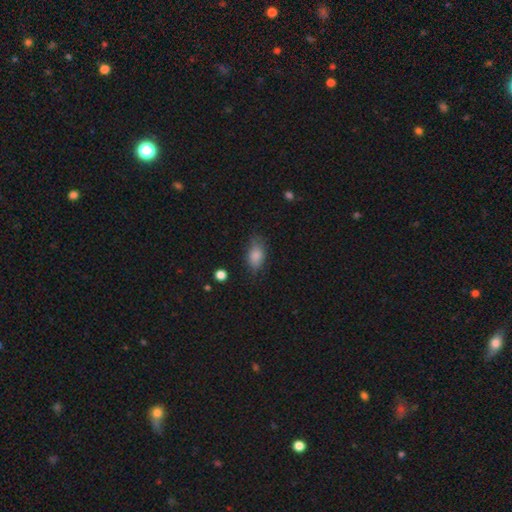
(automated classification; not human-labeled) Overall: smooth (81%). How rounded: in between (87%). Merging: none (64%; minor disturbance 26%).